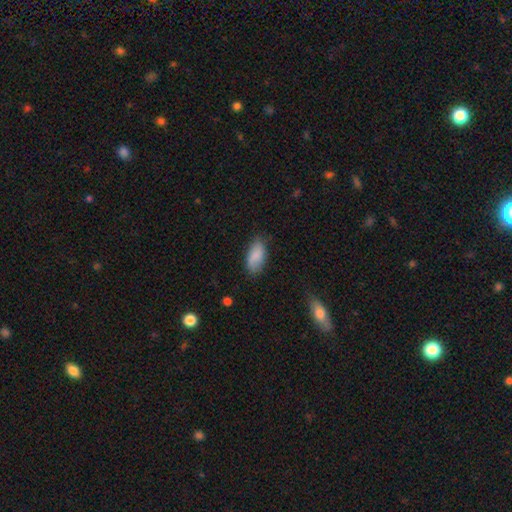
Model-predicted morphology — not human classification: The model was most divided on "merging": none: 77%, minor disturbance: 18%, major disturbance: 4%, merger: 1%. More confident: how rounded — in between (92%); smooth or featured — smooth (87%).